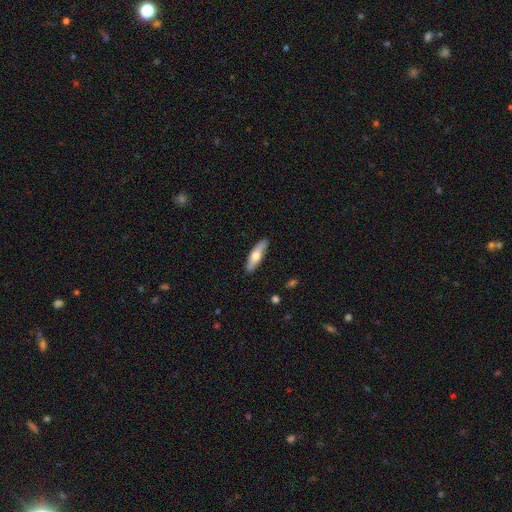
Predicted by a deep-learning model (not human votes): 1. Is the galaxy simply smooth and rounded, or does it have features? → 61% smooth, 34% featured or disk, 5% star or artifact.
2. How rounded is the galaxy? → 59% cigar-shaped, 39% in between, 2% round.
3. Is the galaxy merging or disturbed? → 88% none, 9% minor disturbance, 2% major disturbance, 1% merger.